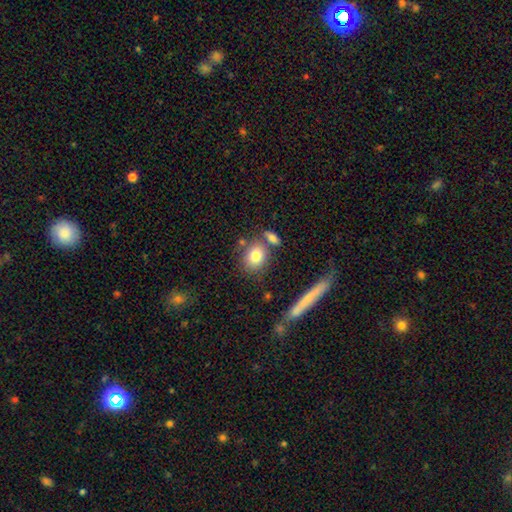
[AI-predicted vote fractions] Smooth or featured? Predicted: smooth (p=0.79). How rounded? Predicted: round (p=0.53). Merging? Predicted: none (p=0.66).